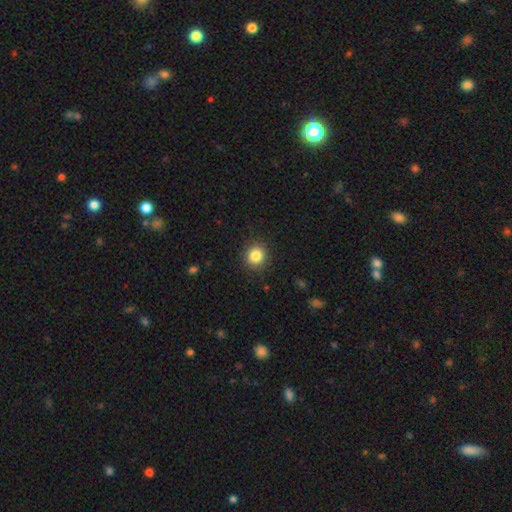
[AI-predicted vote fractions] The model was most divided on "smooth or featured": smooth: 84%, star or artifact: 11%, featured or disk: 5%. More confident: merging — none (90%); how rounded — round (89%).